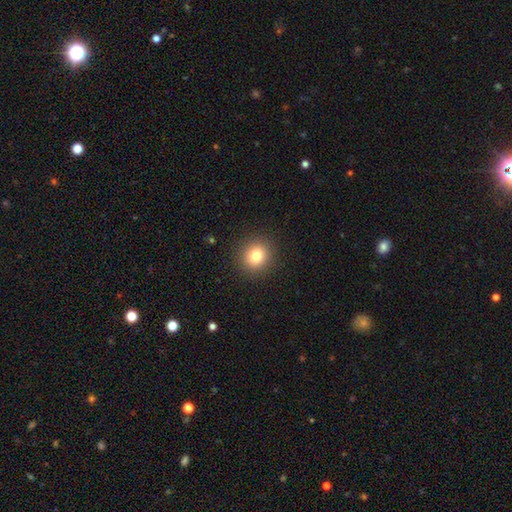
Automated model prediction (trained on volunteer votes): This is clearly a smooth galaxy (81%). How rounded: clearly round (88%). Merging: clearly none (91%).